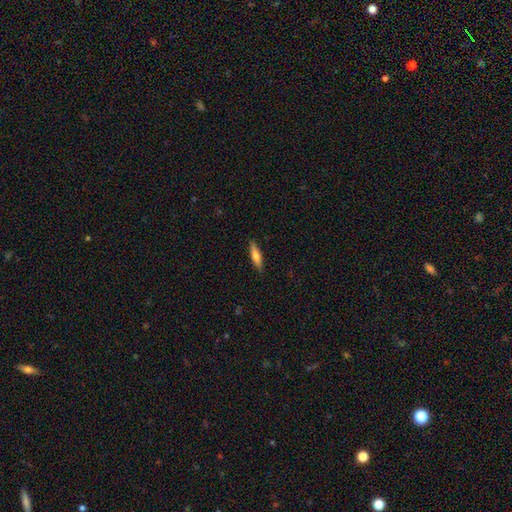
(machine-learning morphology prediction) Smooth or featured?
  - smooth: 71% *
  - featured or disk: 23%
  - star or artifact: 6%
How rounded?
  - cigar-shaped: 68% *
  - in between: 30%
  - round: 2%
Merging?
  - none: 87% *
  - minor disturbance: 10%
  - major disturbance: 2%
  - merger: 1%